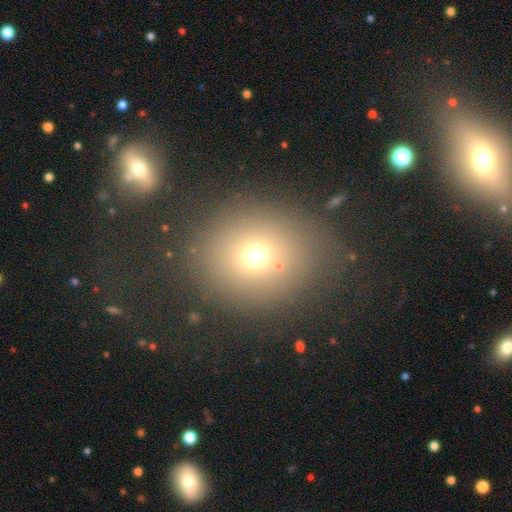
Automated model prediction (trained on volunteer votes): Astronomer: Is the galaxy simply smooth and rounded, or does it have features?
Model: smooth — 68%.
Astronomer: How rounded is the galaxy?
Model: round — 76%.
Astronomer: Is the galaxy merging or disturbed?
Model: none — 72%.